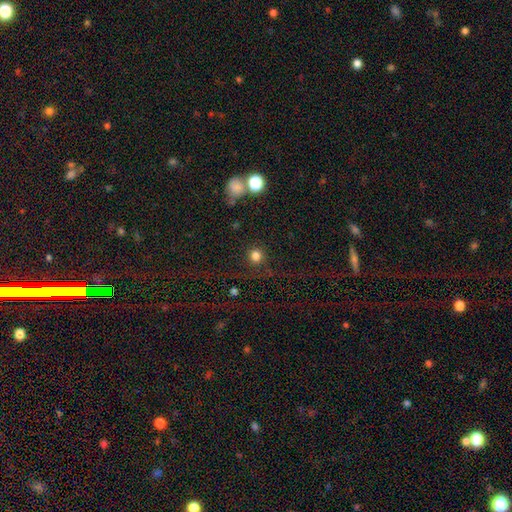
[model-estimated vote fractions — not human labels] A smooth galaxy with no disk features (79%) that is round (94%).

Vote fractions:
- Smooth or featured? smooth: 79% / star or artifact: 16% / featured or disk: 5%
- How rounded? round: 94% / in between: 5% / cigar-shaped: 1%
- Merging? none: 85% / minor disturbance: 7% / major disturbance: 4% / merger: 3%